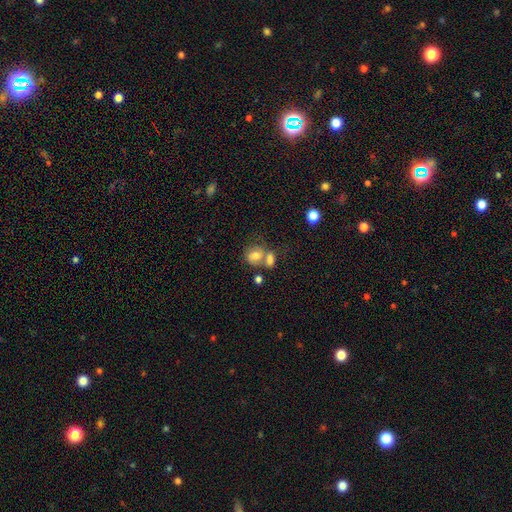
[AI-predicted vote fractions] Smooth or featured?
  - smooth: 73% *
  - featured or disk: 17%
  - star or artifact: 10%
How rounded?
  - round: 50% *
  - in between: 49%
  - cigar-shaped: 1%
Merging?
  - merger: 46% *
  - none: 36%
  - minor disturbance: 12%
  - major disturbance: 7%